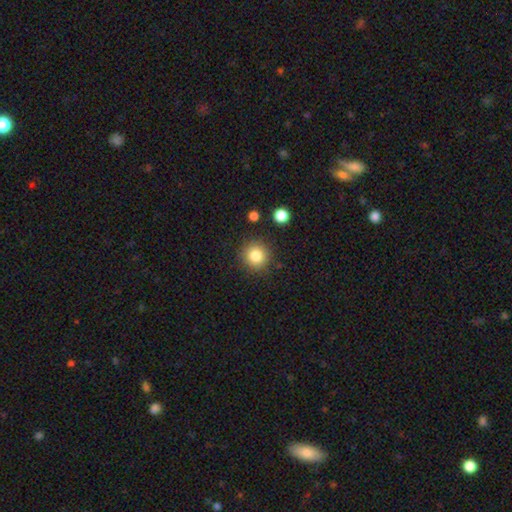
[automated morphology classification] Smooth or featured: smooth — 83% (star or artifact — 11%)
How rounded: round — 94% (in between — 5%)
Merging: none — 87% (minor disturbance — 8%)